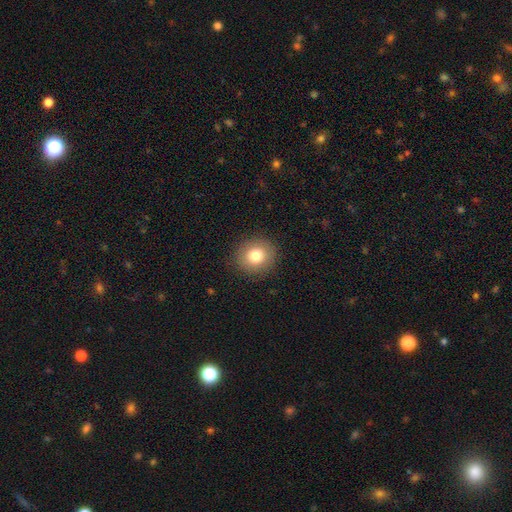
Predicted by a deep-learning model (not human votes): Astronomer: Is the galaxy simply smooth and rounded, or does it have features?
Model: smooth — 80%.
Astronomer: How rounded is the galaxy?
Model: round — 87%.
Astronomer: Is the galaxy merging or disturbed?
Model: none — 90%.